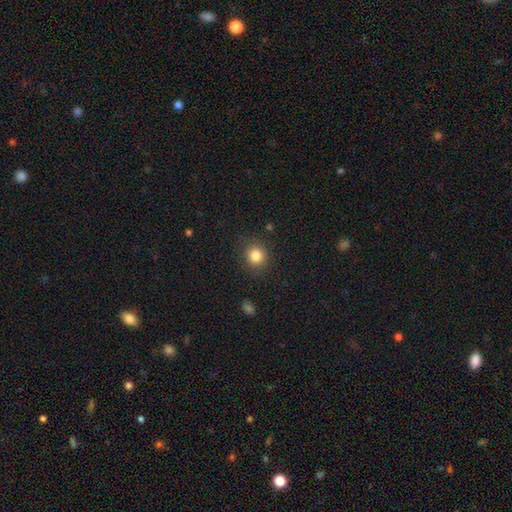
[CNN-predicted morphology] smooth-or-featured: smooth: 83% | star or artifact: 11% | featured or disk: 5%
  how-rounded: round: 88% | in between: 11% | cigar-shaped: 1%
  merging: none: 87% | minor disturbance: 8% | major disturbance: 3% | merger: 1%